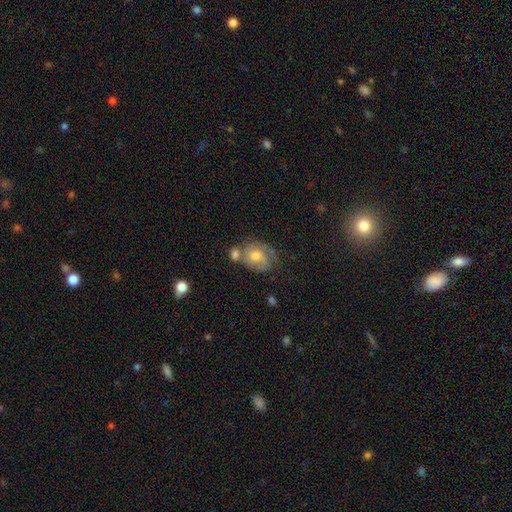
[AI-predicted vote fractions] This appears to be a featured or disk galaxy (61%) with no bar (72%), spiral arms (83%) and a moderate central bulge (69%). Merging: none (46%).